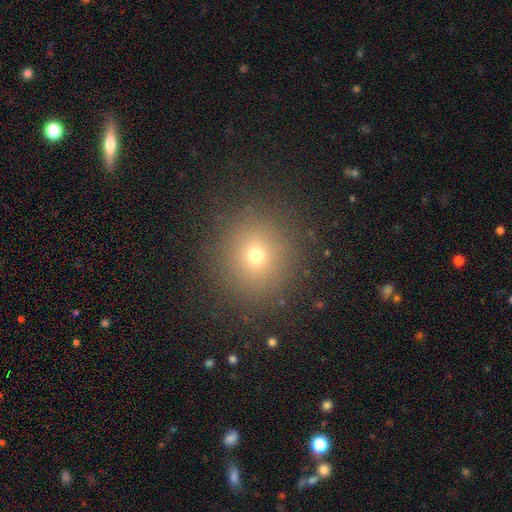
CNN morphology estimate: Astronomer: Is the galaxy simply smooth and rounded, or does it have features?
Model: smooth — 67%.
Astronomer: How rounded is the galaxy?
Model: round — 91%.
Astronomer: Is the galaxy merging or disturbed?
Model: none — 90%.